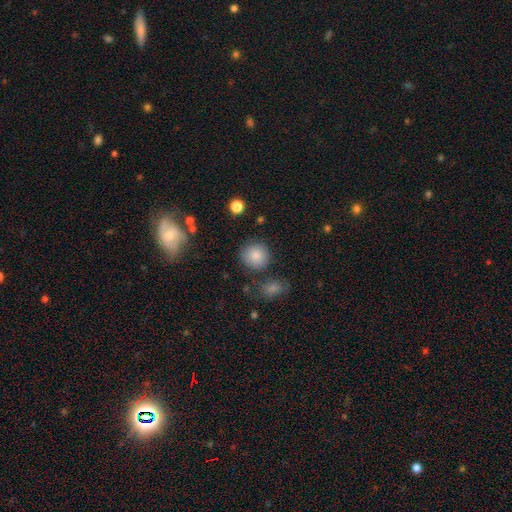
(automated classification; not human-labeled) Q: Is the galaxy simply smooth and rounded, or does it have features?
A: smooth — 85%.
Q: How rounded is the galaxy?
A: round — 90%.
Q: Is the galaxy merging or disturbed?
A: none — 80%.